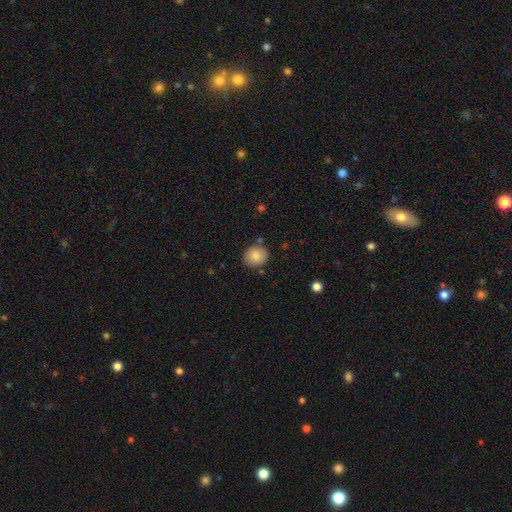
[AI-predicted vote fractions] Smooth or featured: smooth — 84% (star or artifact — 8%)
How rounded: round — 81% (in between — 18%)
Merging: none — 83% (minor disturbance — 11%)